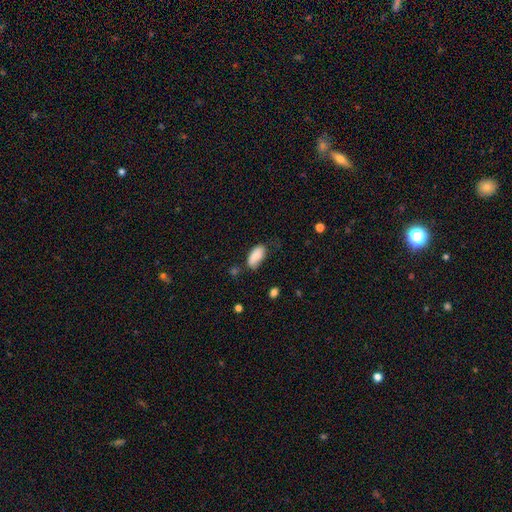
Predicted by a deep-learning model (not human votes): Smooth or featured?
  - smooth: 86% *
  - featured or disk: 7%
  - star or artifact: 7%
How rounded?
  - in between: 93% *
  - cigar-shaped: 4%
  - round: 3%
Merging?
  - none: 53% *
  - minor disturbance: 34%
  - major disturbance: 10%
  - merger: 4%